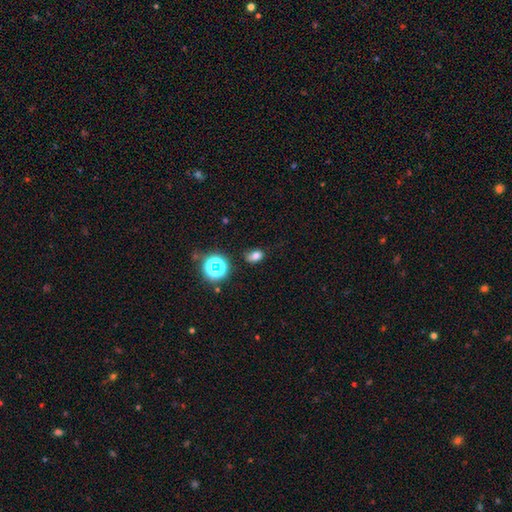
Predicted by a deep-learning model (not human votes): Smooth or featured? smooth (69%)
How rounded? in between (75%)
Merging? none (63%)